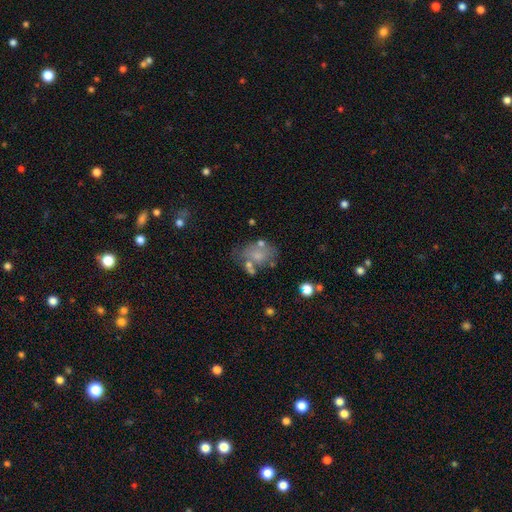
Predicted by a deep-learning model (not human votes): Smooth or featured? smooth (40%)
Merging? none (49%)